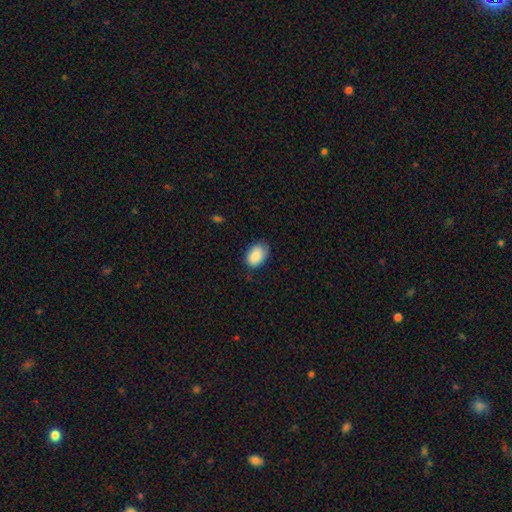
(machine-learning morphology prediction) Q: Smooth or featured?
A: smooth (88%); runner-up: star or artifact (7%)
Q: How rounded?
A: in between (83%); runner-up: round (16%)
Q: Merging?
A: none (74%); runner-up: minor disturbance (22%)